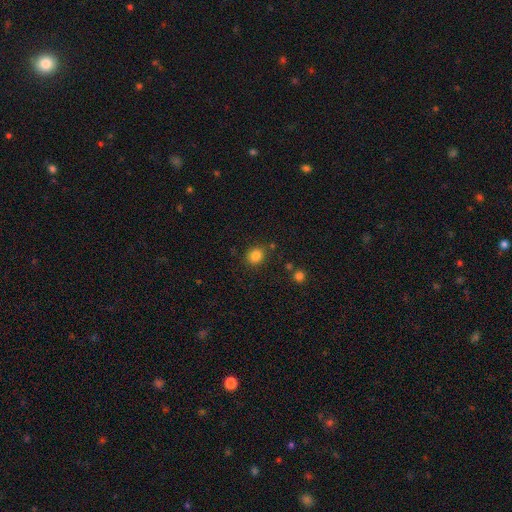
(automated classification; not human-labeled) This is clearly a smooth galaxy (83%). How rounded: likely round (75%). Merging: clearly none (82%).